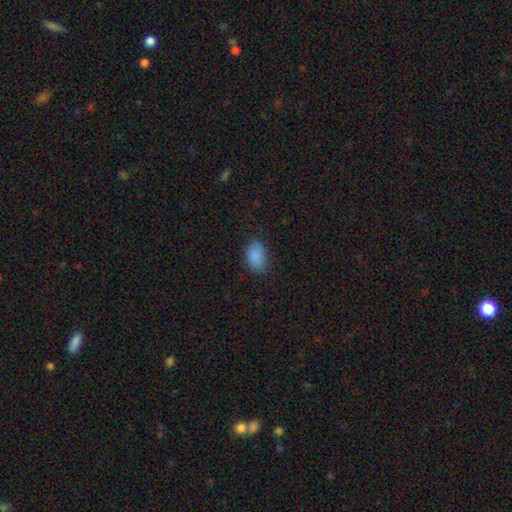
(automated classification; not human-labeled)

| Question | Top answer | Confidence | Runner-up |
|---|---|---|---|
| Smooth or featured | smooth | 87% | star or artifact (8%) |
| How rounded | in between | 86% | round (13%) |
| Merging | none | 78% | minor disturbance (17%) |